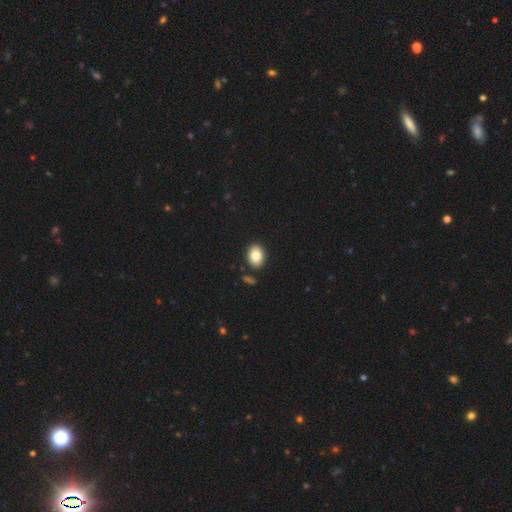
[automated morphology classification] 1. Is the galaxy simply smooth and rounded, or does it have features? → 83% smooth, 8% star or artifact, 8% featured or disk.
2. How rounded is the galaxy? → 76% in between, 23% round, 1% cigar-shaped.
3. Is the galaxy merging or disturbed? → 87% none, 8% minor disturbance, 3% merger, 2% major disturbance.